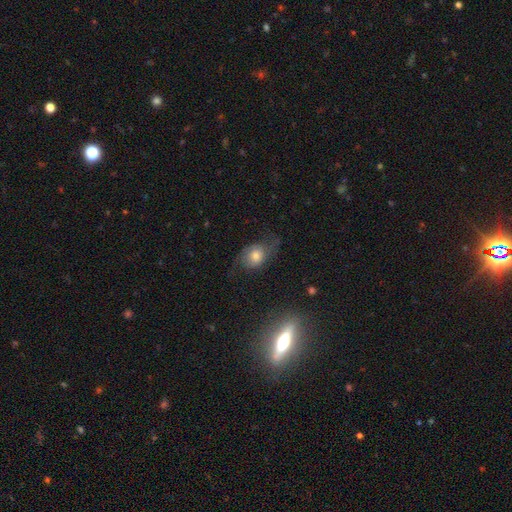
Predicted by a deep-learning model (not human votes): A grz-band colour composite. It shows a smooth galaxy with no disk features (55%) that is in between round and cigar-shaped (56%). Merging: none (51%).